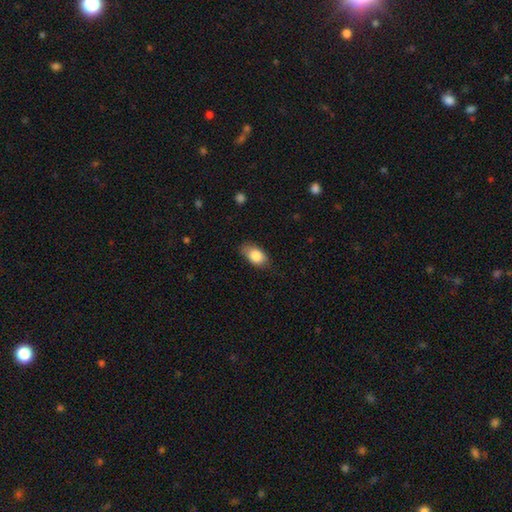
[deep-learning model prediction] Smooth or featured? Predicted: smooth (p=0.84). How rounded? Predicted: in between (p=0.91). Merging? Predicted: none (p=0.72).